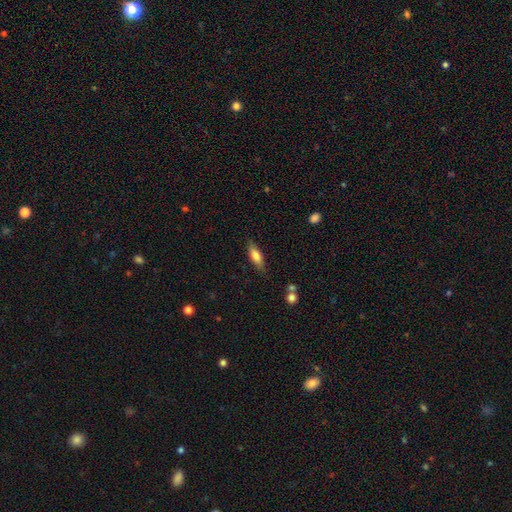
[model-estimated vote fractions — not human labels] The model was most divided on "how rounded": in between: 58%, cigar-shaped: 40%, round: 2%. More confident: merging — none (82%); smooth or featured — smooth (76%).